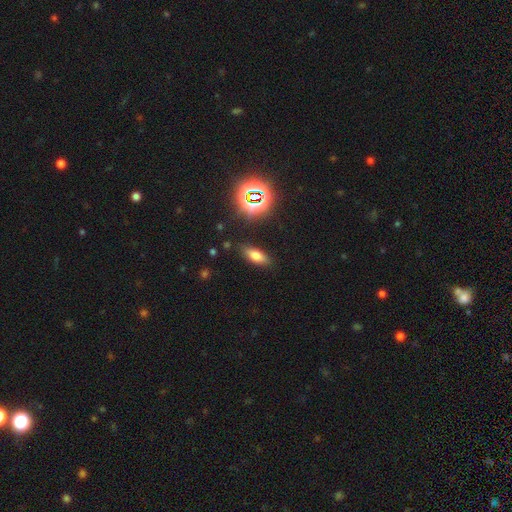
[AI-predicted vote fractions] smooth-or-featured: smooth: 68% | star or artifact: 18% | featured or disk: 13%
  how-rounded: in between: 74% | cigar-shaped: 21% | round: 5%
  merging: none: 85% | minor disturbance: 10% | major disturbance: 3% | merger: 2%